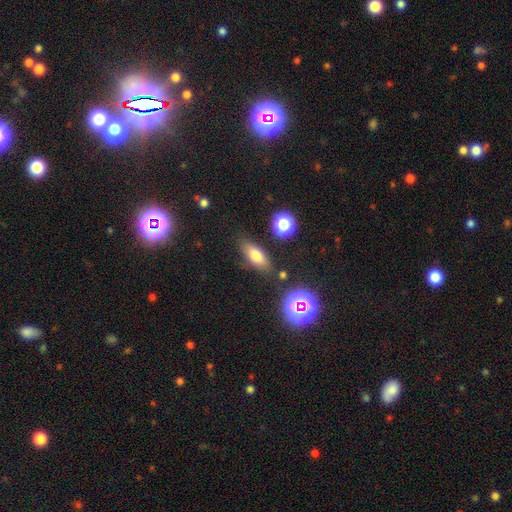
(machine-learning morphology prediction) smooth-or-featured: smooth: 71% | featured or disk: 16% | star or artifact: 13%
  how-rounded: in between: 73% | cigar-shaped: 19% | round: 8%
  merging: none: 79% | minor disturbance: 13% | merger: 4% | major disturbance: 4%